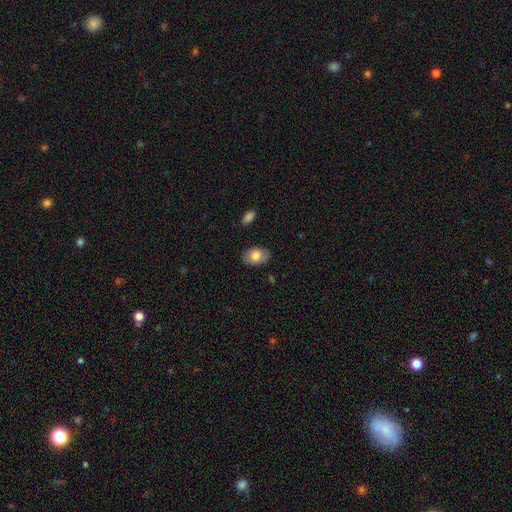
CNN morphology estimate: Q: Smooth or featured?
A: smooth (77%); runner-up: featured or disk (16%)
Q: How rounded?
A: in between (86%); runner-up: round (13%)
Q: Merging?
A: none (84%); runner-up: minor disturbance (12%)